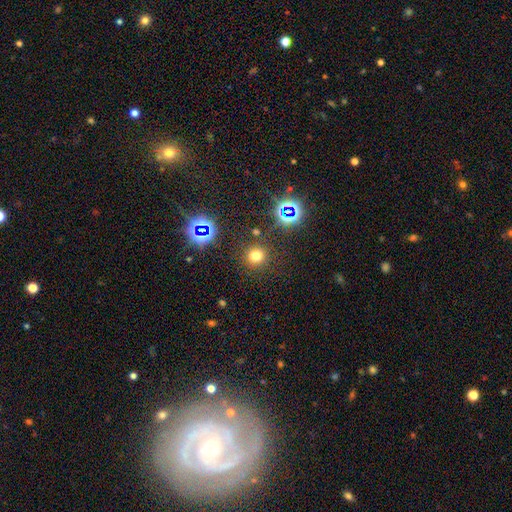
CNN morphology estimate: Smooth or featured? smooth (68%)
How rounded? round (92%)
Merging? none (87%)